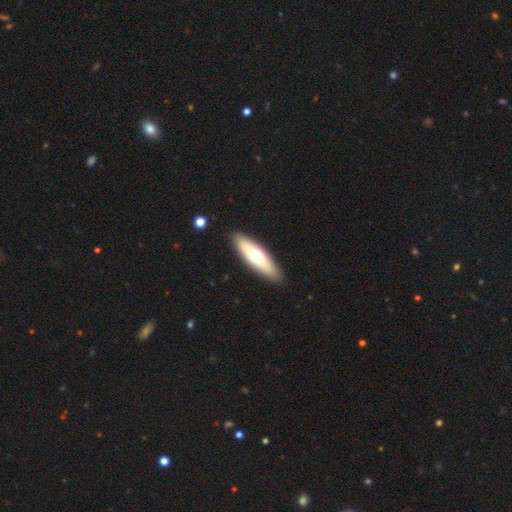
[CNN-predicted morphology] smooth_or_featured: smooth (p=0.57) [alt: featured or disk p=0.37]
how_rounded: cigar-shaped (p=0.49) [tied with: in between p=0.49]
merging: none (p=0.89) [alt: minor disturbance p=0.08]